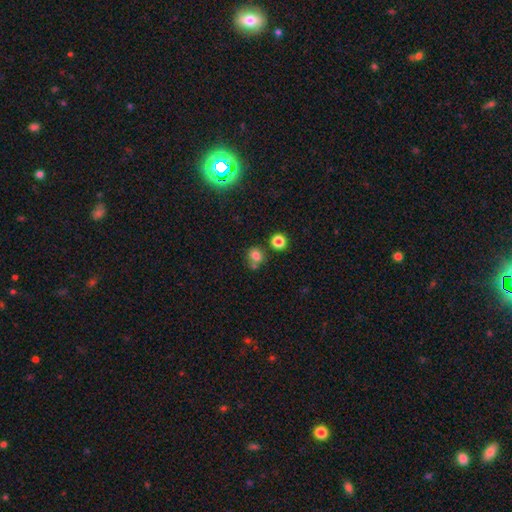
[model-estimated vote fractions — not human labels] A smooth galaxy with no disk features (76%) that is round (67%).

Vote fractions:
- Smooth or featured? smooth: 76% / star or artifact: 16% / featured or disk: 7%
- How rounded? round: 67% / in between: 32% / cigar-shaped: 1%
- Merging? none: 58% / merger: 25% / minor disturbance: 12% / major disturbance: 5%